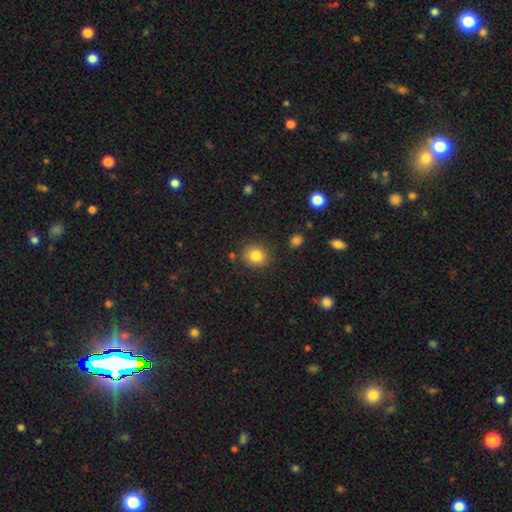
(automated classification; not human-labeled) A smooth galaxy with no disk features (83%) that is round (70%).

Vote fractions:
- Smooth or featured? smooth: 83% / star or artifact: 10% / featured or disk: 7%
- How rounded? round: 70% / in between: 30% / cigar-shaped: 1%
- Merging? none: 85% / minor disturbance: 10% / major disturbance: 3% / merger: 3%